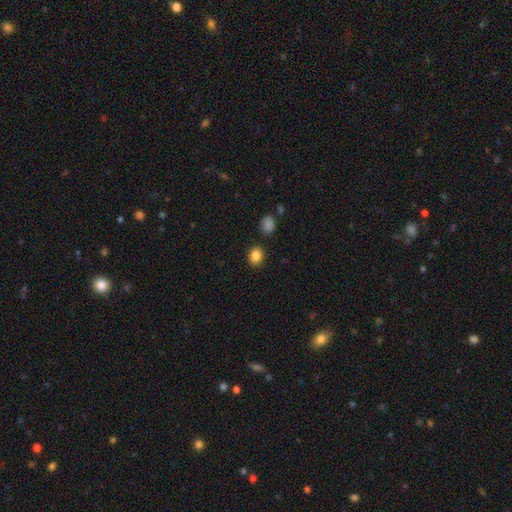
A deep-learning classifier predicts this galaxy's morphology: Smooth or featured: smooth — 85% (star or artifact — 10%)
How rounded: round — 67% (in between — 32%)
Merging: none — 88% (minor disturbance — 7%)